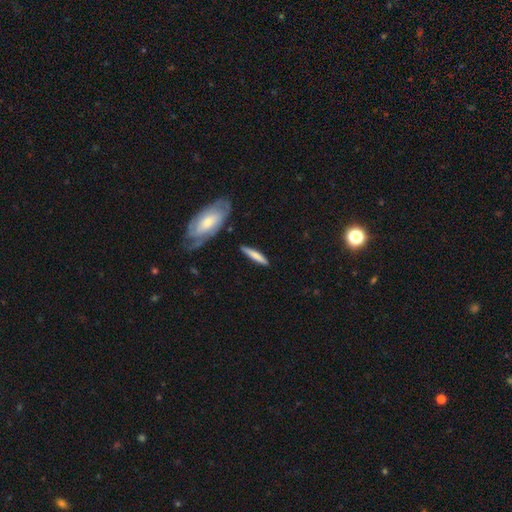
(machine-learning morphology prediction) Q: Smooth or featured?
A: smooth (69%); runner-up: featured or disk (26%)
Q: How rounded?
A: cigar-shaped (88%); runner-up: in between (11%)
Q: Merging?
A: none (83%); runner-up: minor disturbance (11%)